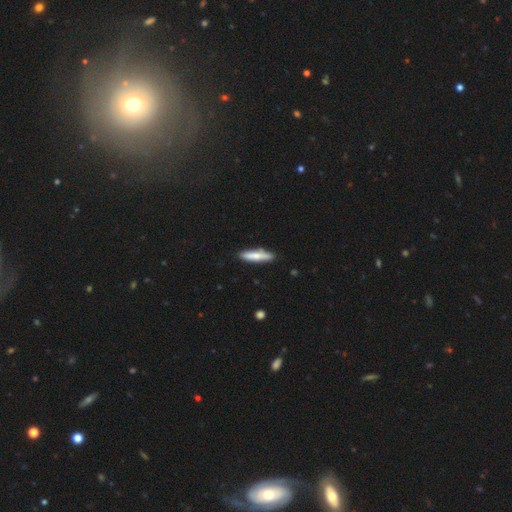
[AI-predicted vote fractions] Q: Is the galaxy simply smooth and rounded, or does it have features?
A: smooth — 69%.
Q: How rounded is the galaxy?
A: cigar-shaped — 81%.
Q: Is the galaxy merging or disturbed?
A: none — 86%.